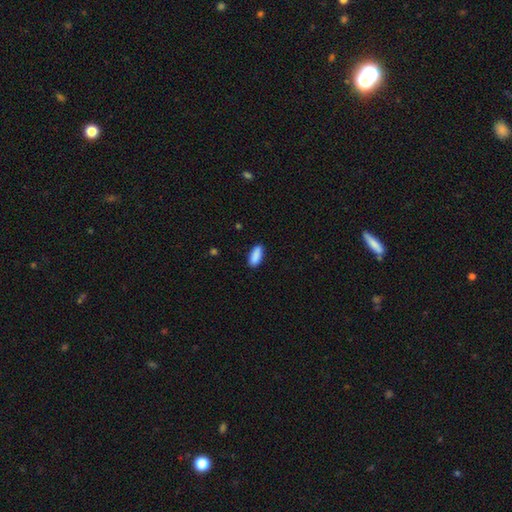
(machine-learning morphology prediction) smooth_or_featured: smooth (p=0.89) [alt: star or artifact p=0.07]
how_rounded: in between (p=0.77) [alt: cigar-shaped p=0.21]
merging: none (p=0.83) [alt: minor disturbance p=0.13]